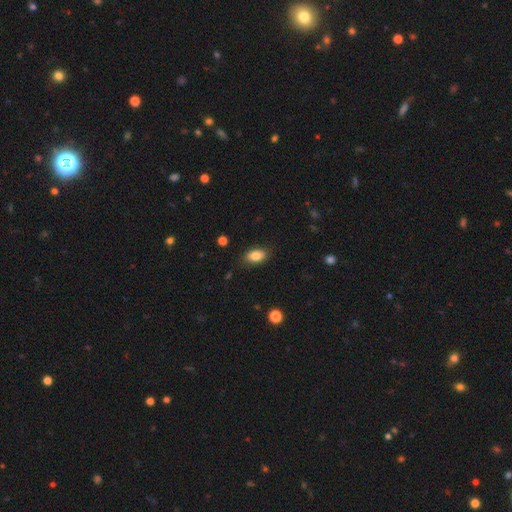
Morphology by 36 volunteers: type=smooth (92%); roundness=in between (94%); merging=none (91%).